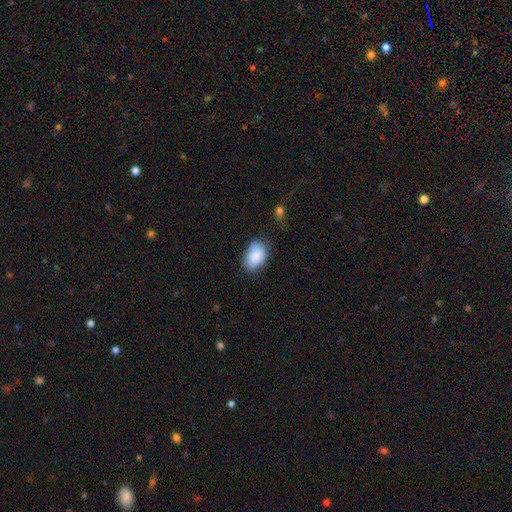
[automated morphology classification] Smooth or featured? smooth (87%)
How rounded? in between (88%)
Merging? none (64%)